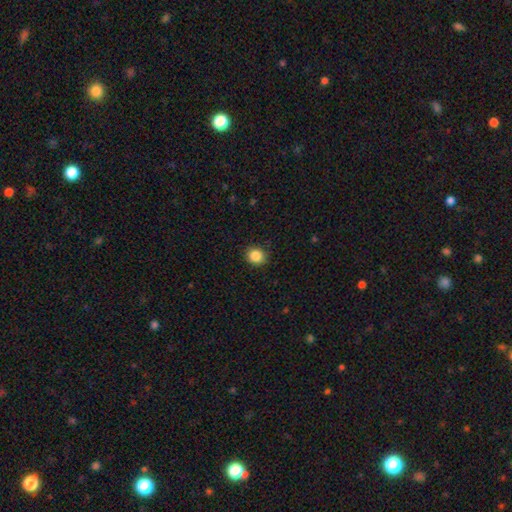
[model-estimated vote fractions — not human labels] Morphology: type=smooth (86%); roundness=round (76%); merging=none (89%).